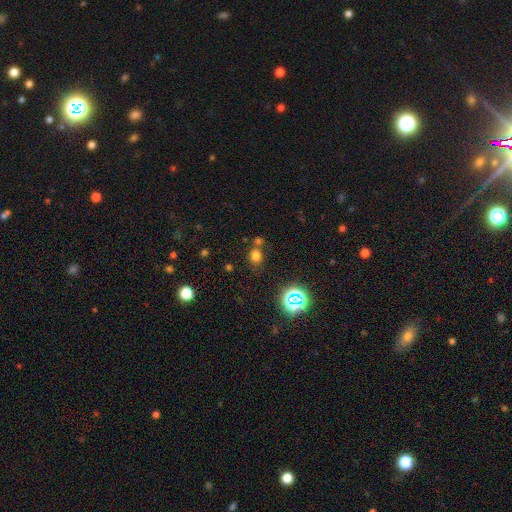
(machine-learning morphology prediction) A smooth galaxy with no disk features (69%) that is round (63%).

Vote fractions:
- Smooth or featured? smooth: 69% / star or artifact: 24% / featured or disk: 7%
- How rounded? round: 63% / in between: 35% / cigar-shaped: 1%
- Merging? none: 63% / merger: 21% / minor disturbance: 11% / major disturbance: 5%